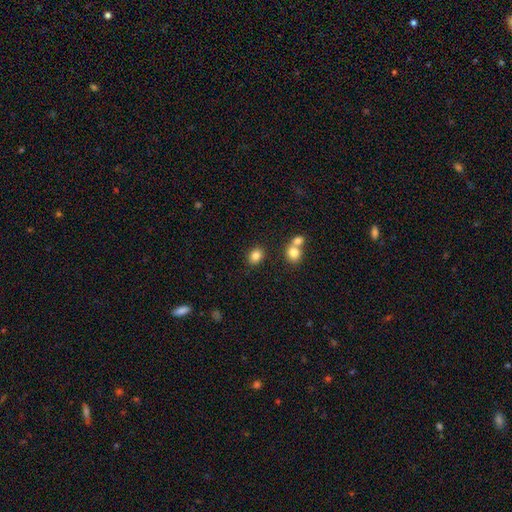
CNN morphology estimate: A smooth galaxy with no disk features (83%) that is in between round and cigar-shaped (53%). Merging: none (79%).